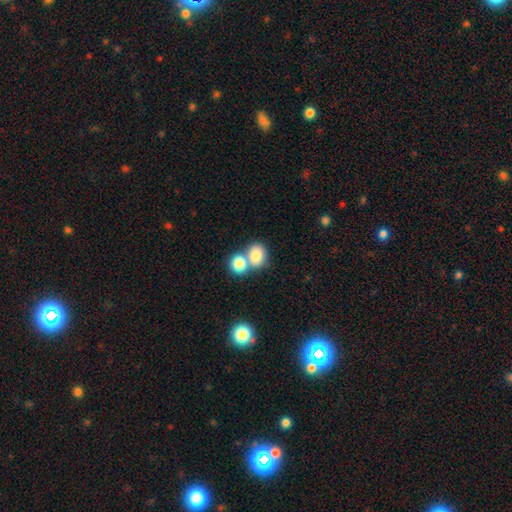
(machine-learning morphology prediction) type=smooth (80%); roundness=round (62%); merging=merger (50%).